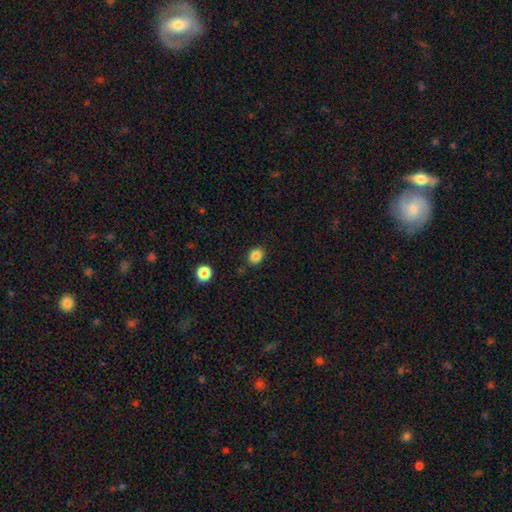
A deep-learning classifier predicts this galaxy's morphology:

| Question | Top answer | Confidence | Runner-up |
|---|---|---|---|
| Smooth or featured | smooth | 86% | star or artifact (10%) |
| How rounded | in between | 50% | round (49%) |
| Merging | none | 83% | minor disturbance (11%) |